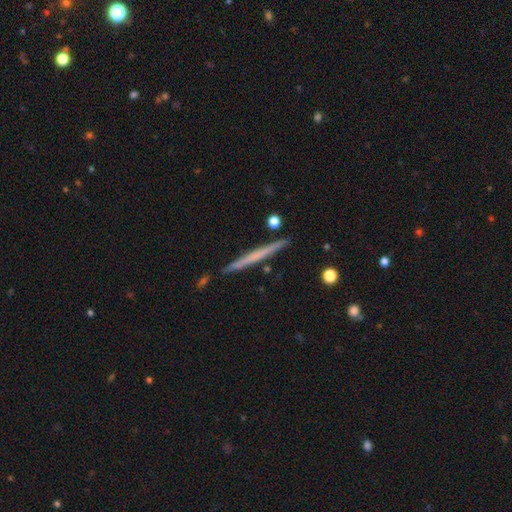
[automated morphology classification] Smooth or featured: featured or disk — 48% (smooth — 46%)
Merging: none — 90% (minor disturbance — 7%)